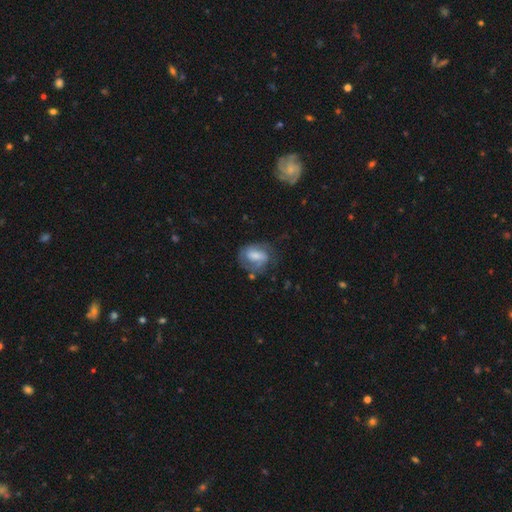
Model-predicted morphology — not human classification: This appears to be a featured or disk galaxy (52%). Merging: none (49%).